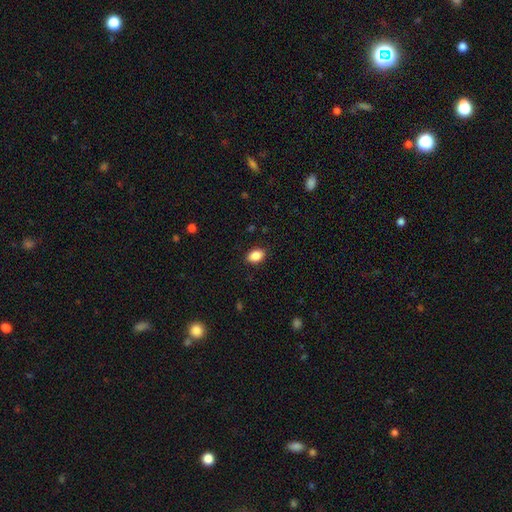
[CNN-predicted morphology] The model was most divided on "how rounded": in between: 82%, round: 17%, cigar-shaped: 1%. More confident: merging — none (88%); smooth or featured — smooth (88%).